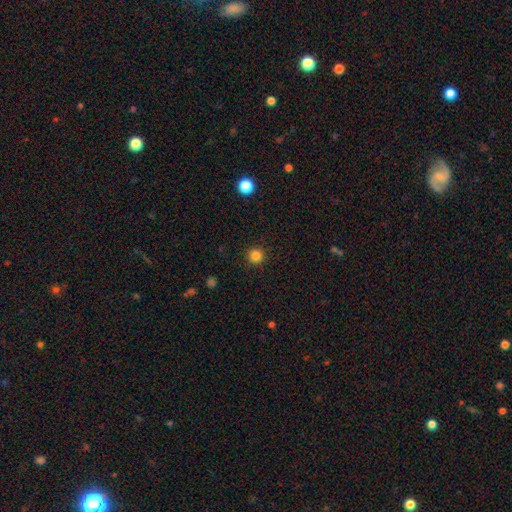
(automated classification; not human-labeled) A smooth galaxy with no disk features (83%) that is round (96%).

Vote fractions:
- Smooth or featured? smooth: 83% / star or artifact: 13% / featured or disk: 4%
- How rounded? round: 96% / in between: 3% / cigar-shaped: 1%
- Merging? none: 92% / minor disturbance: 5% / major disturbance: 2% / merger: 1%